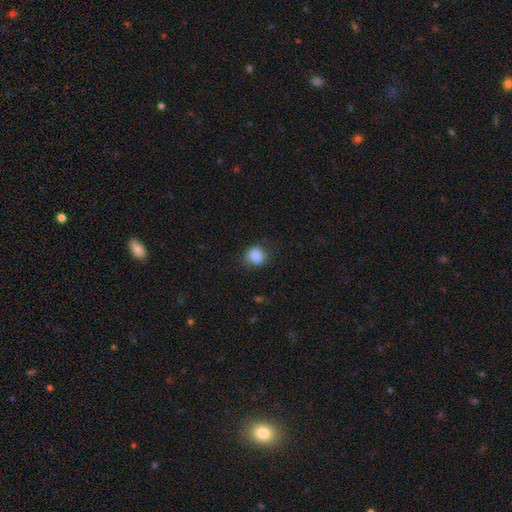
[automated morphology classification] The model was most divided on "how rounded": round: 60%, in between: 39%, cigar-shaped: 1%. More confident: smooth or featured — smooth (85%); merging — none (66%).